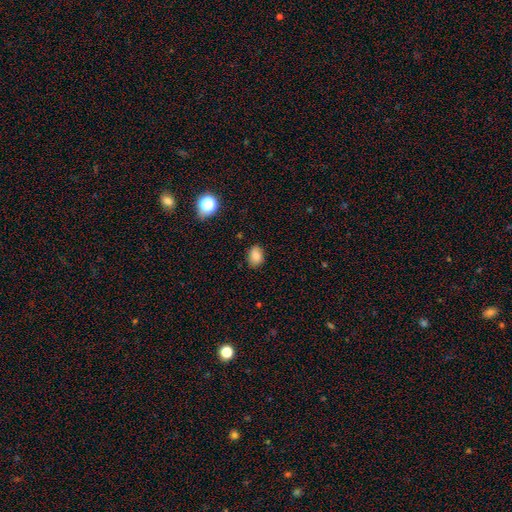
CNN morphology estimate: This is clearly a smooth galaxy (84%). How rounded: likely in between (72%). Merging: likely none (80%).